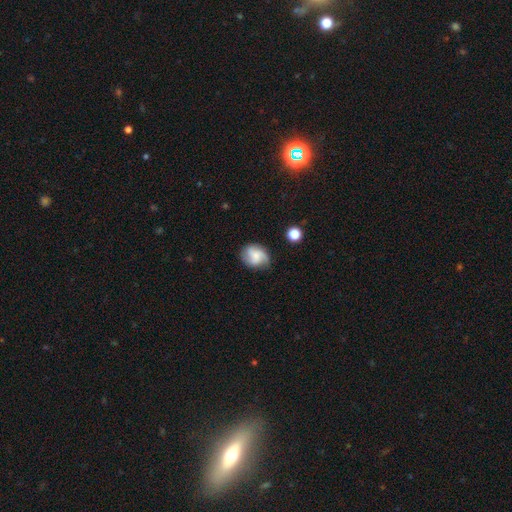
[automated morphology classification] Q: Smooth or featured?
A: featured or disk (53%); runner-up: smooth (38%)
Q: Edge-on disk?
A: no (97%); runner-up: yes (3%)
Q: Bar?
A: no (57%); runner-up: weak (35%)
Q: Spiral arms?
A: yes (92%); runner-up: no (8%)
Q: Bulge size?
A: small (34%); runner-up: moderate (27%)
Q: Merging?
A: none (72%); runner-up: minor disturbance (19%)